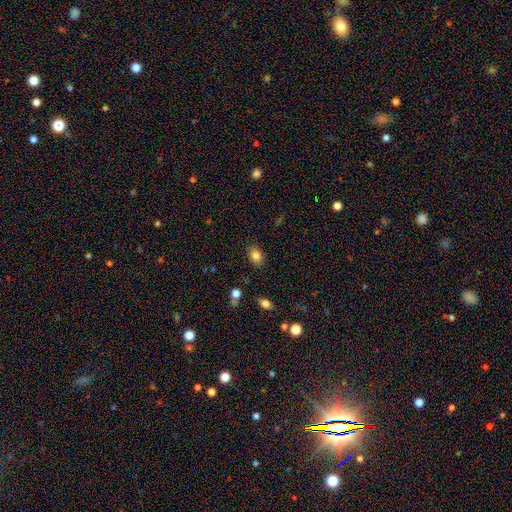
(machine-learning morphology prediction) A smooth galaxy with no disk features (83%) that is in between round and cigar-shaped (73%). Merging: none (85%).